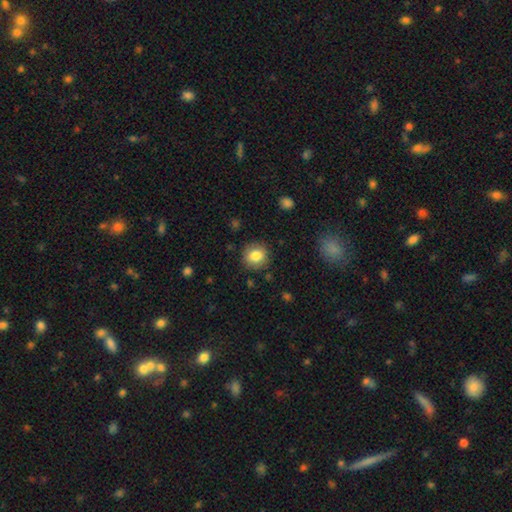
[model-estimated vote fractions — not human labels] Q: Smooth or featured?
A: smooth (83%); runner-up: star or artifact (9%)
Q: How rounded?
A: round (84%); runner-up: in between (15%)
Q: Merging?
A: none (86%); runner-up: minor disturbance (9%)